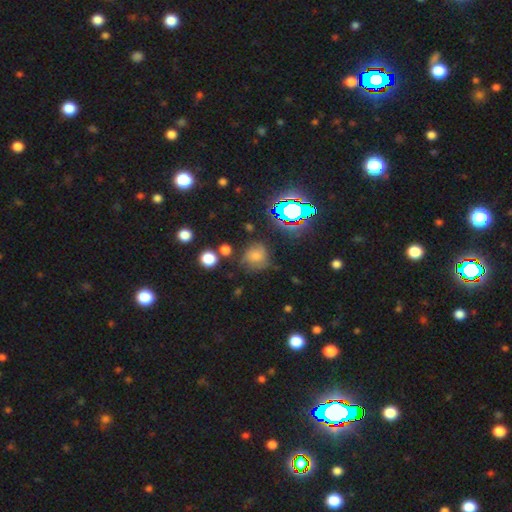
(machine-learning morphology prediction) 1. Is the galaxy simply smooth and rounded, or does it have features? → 53% smooth, 33% star or artifact, 14% featured or disk.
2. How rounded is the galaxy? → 84% round, 14% in between, 1% cigar-shaped.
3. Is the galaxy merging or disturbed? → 74% none, 16% minor disturbance, 6% major disturbance, 4% merger.